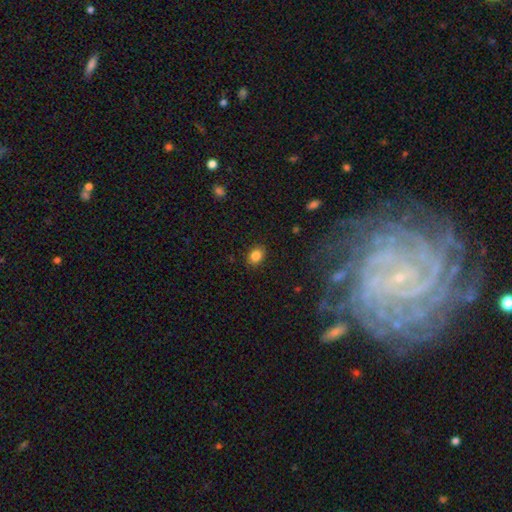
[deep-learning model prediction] This appears to be a smooth galaxy with no disk features (85%) that is in between round and cigar-shaped (66%). Merging: none (86%).